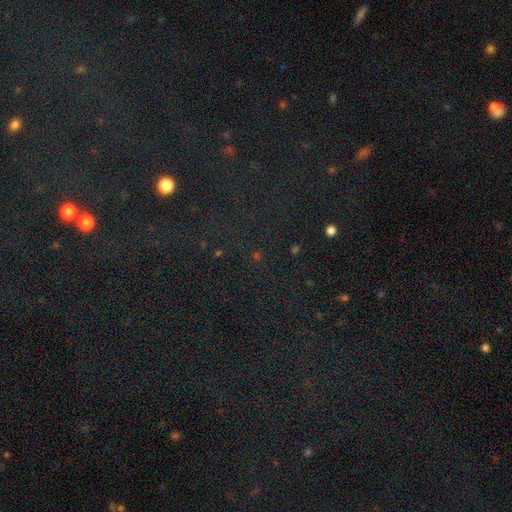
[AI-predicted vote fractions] smooth-or-featured: star or artifact: 82% | smooth: 11% | featured or disk: 7%